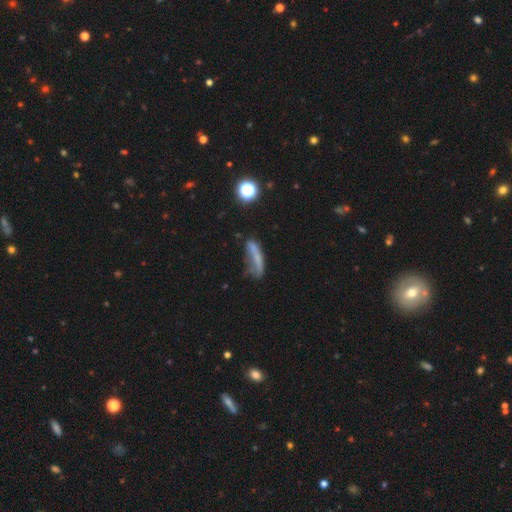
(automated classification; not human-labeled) This appears to be a smooth galaxy with no disk features (58%) that is cigar-shaped (74%). Merging: none (40%).